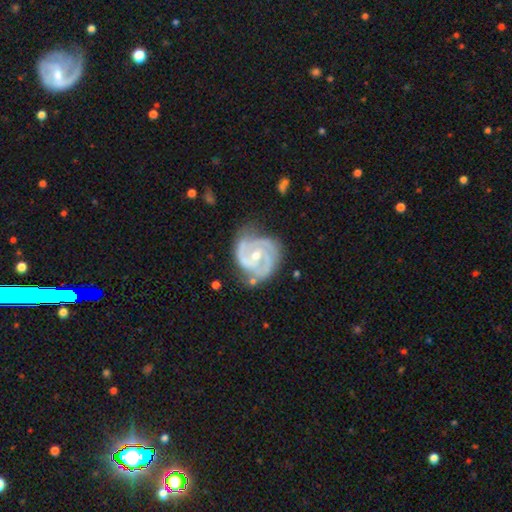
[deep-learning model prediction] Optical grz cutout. It shows a featured or disk galaxy (92%) with no bar (50%), 2 (46%) tight (56%) spiral arms (98%) and a moderate central bulge (53%). Merging: none (63%).